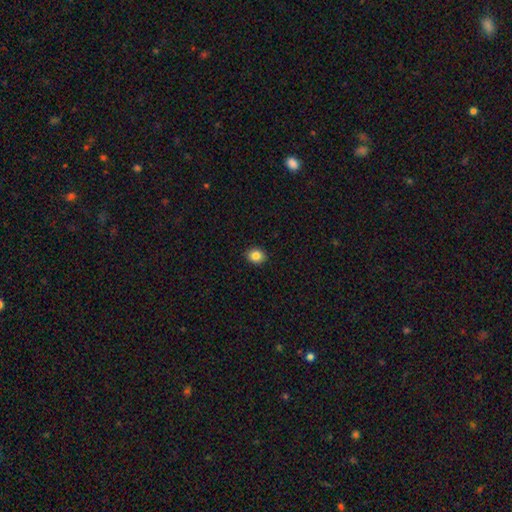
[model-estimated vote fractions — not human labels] This is clearly a smooth galaxy (85%). How rounded: likely round (71%). Merging: clearly none (92%).